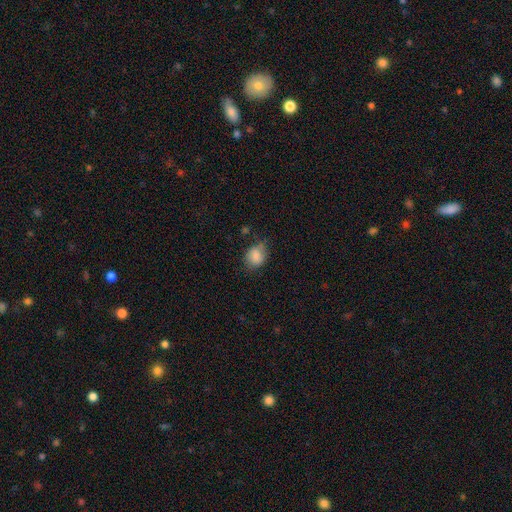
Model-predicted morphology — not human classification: The model was most divided on "how rounded": in between: 51%, round: 48%, cigar-shaped: 1%. More confident: smooth or featured — smooth (81%); merging — none (58%).